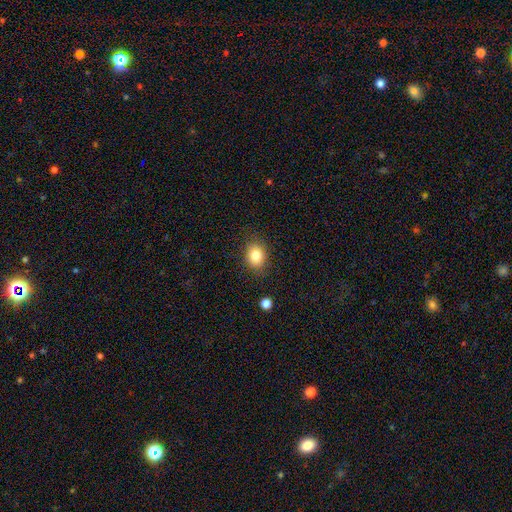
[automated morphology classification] Smooth or featured? smooth (83%)
How rounded? round (51%)
Merging? none (84%)